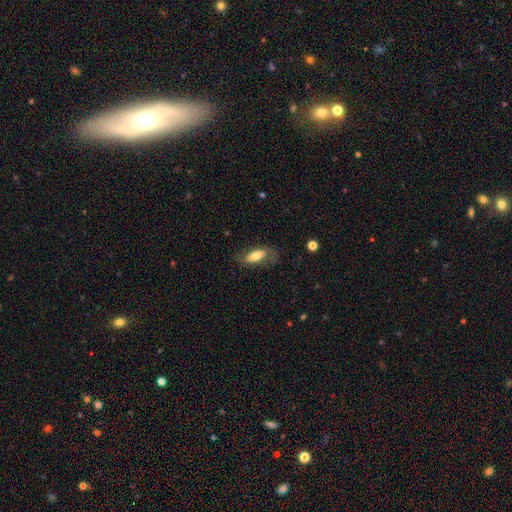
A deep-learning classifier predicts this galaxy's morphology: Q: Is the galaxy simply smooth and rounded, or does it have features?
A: smooth — 66%.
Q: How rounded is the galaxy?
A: in between — 76%.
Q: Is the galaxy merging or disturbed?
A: none — 62%.